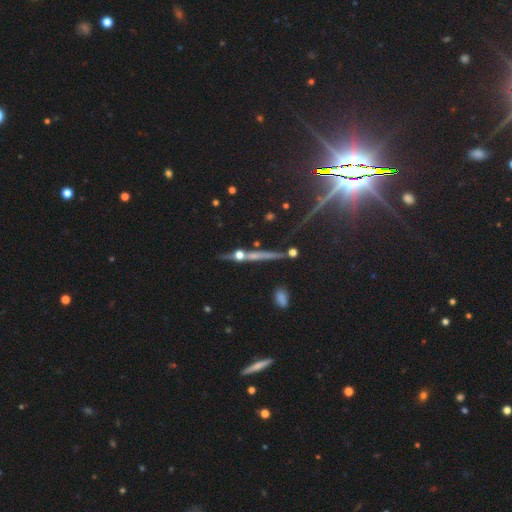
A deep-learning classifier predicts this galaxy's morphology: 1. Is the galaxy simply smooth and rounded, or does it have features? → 51% featured or disk, 25% smooth, 25% star or artifact.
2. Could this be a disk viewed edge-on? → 90% yes, 10% no.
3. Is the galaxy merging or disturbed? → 75% none, 11% minor disturbance, 9% merger, 5% major disturbance.